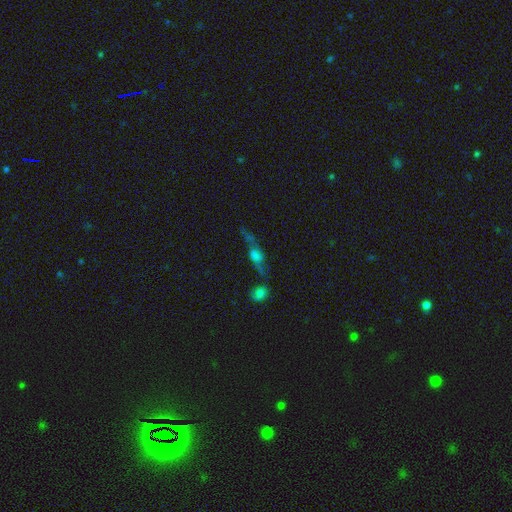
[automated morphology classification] Smooth or featured?
  - featured or disk: 43% *
  - smooth: 39%
  - star or artifact: 18%
Merging?
  - none: 43% *
  - merger: 25%
  - minor disturbance: 17%
  - major disturbance: 15%